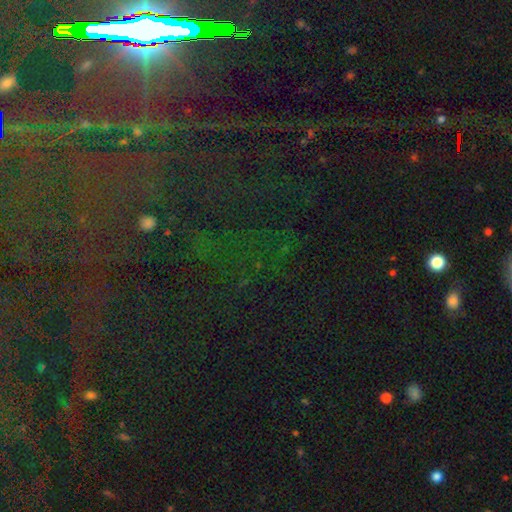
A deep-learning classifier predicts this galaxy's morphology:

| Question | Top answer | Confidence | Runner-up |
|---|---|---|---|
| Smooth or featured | star or artifact | 81% | featured or disk (9%) |